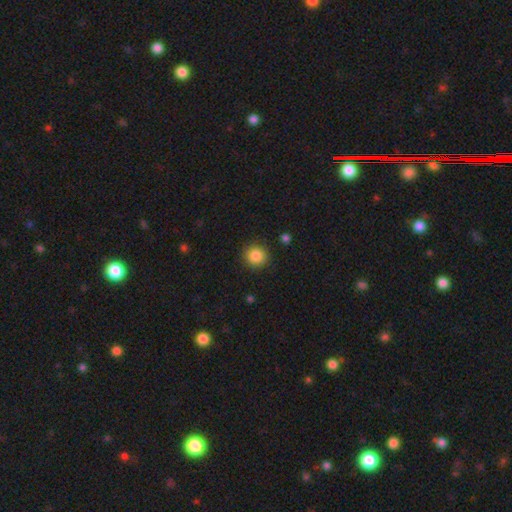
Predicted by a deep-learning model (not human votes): A smooth galaxy with no disk features (86%) that is round (91%). Merging: none (90%).